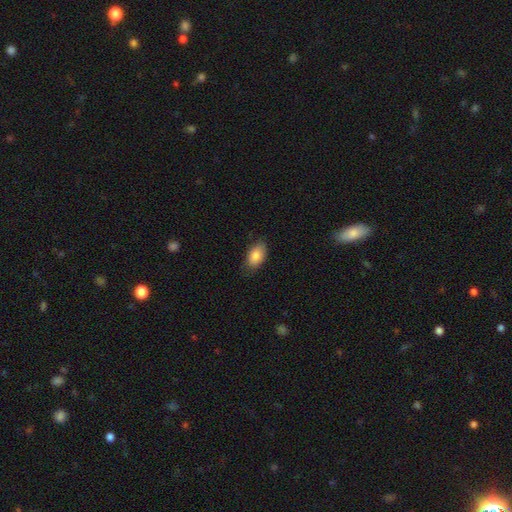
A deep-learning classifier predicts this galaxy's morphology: type=smooth (85%); roundness=in between (93%); merging=none (79%).